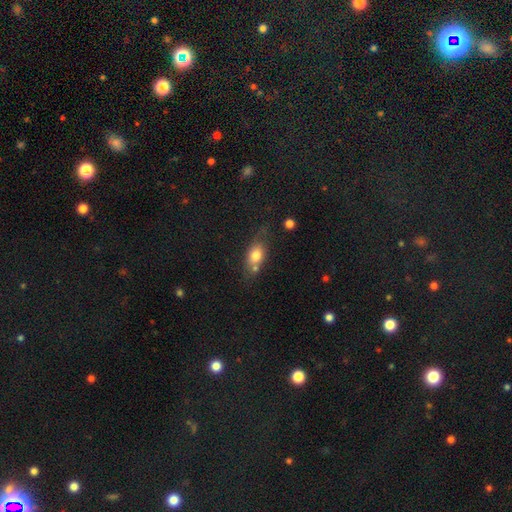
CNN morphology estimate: Smooth or featured? Predicted: smooth (p=0.73). How rounded? Predicted: in between (p=0.72). Merging? Predicted: none (p=0.53).